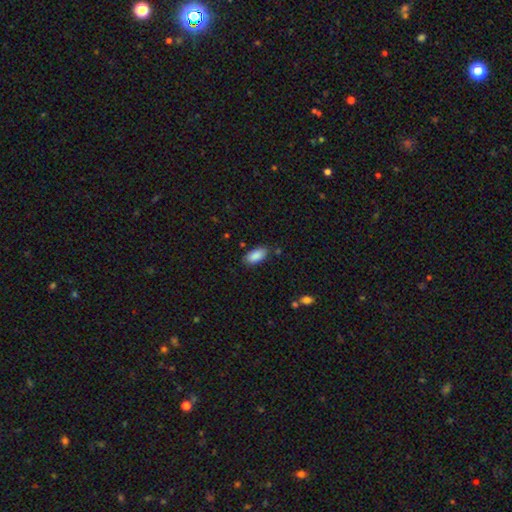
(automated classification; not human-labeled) Smooth or featured? Predicted: smooth (p=0.89). How rounded? Predicted: in between (p=0.92). Merging? Predicted: none (p=0.83).